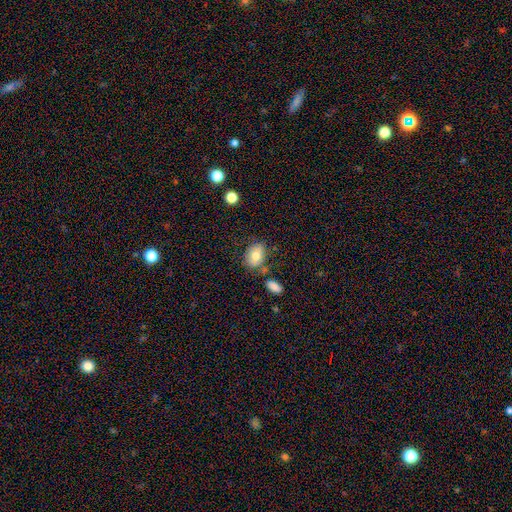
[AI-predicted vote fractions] This appears to be a smooth galaxy with no disk features (75%) that is in between round and cigar-shaped (76%). Merging: none (66%).